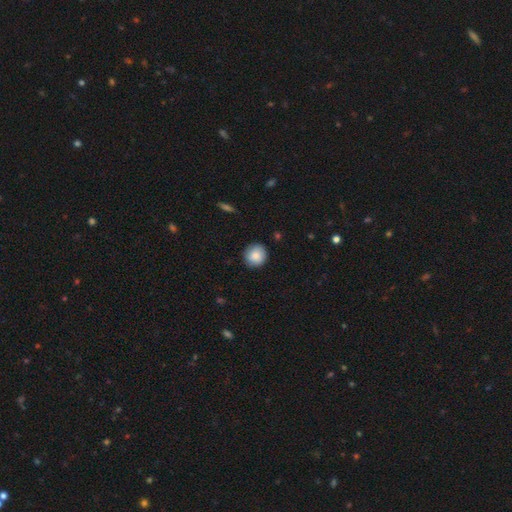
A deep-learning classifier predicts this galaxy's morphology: Overall: smooth (85%). How rounded: round (92%). Merging: none (89%).